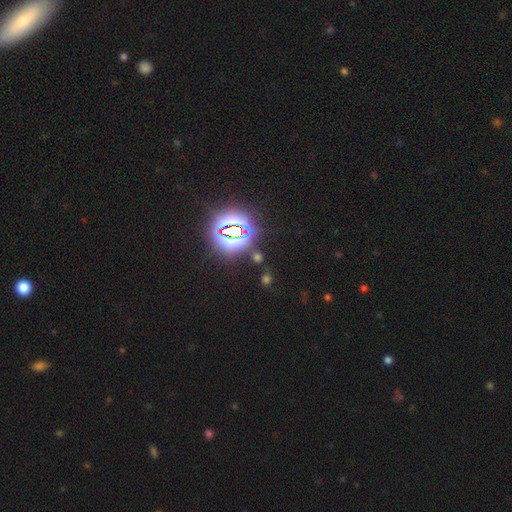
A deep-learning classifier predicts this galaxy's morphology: This appears to be a star or artifact, not a galaxy (75%).